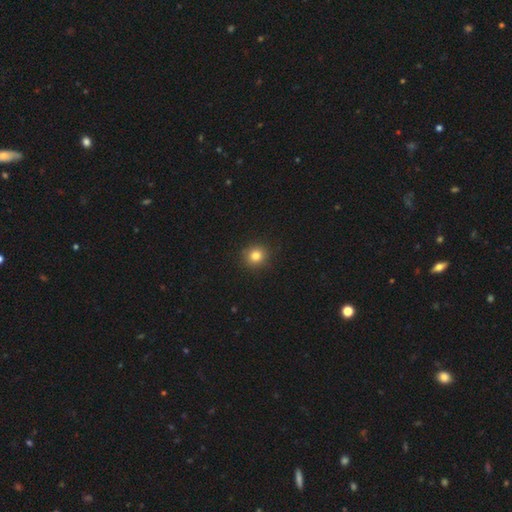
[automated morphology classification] Smooth or featured? smooth (82%)
How rounded? round (88%)
Merging? none (91%)